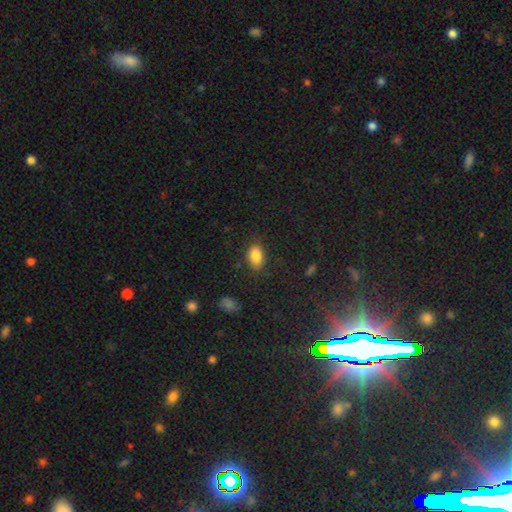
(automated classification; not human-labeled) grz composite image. It shows a smooth galaxy with no disk features (86%) that is in between round and cigar-shaped (89%). Merging: none (82%).